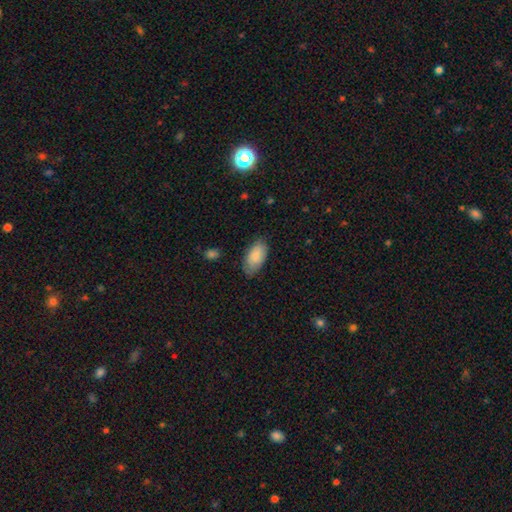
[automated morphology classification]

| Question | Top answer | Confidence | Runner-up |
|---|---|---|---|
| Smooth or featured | smooth | 85% | featured or disk (9%) |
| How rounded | in between | 94% | cigar-shaped (3%) |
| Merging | none | 76% | minor disturbance (19%) |